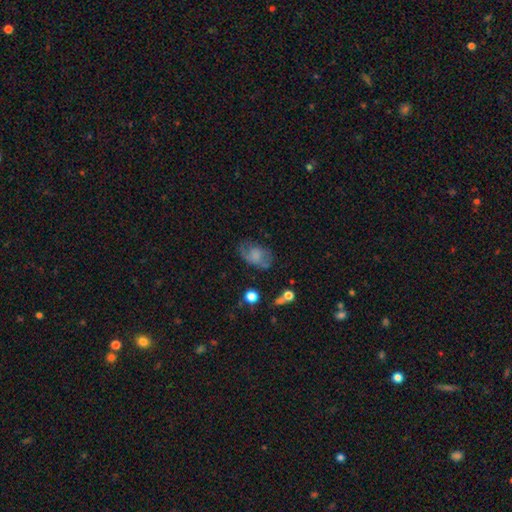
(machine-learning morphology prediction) This appears to be a smooth galaxy with no disk features (57%) that is in between round and cigar-shaped (83%). Merging: none (52%).